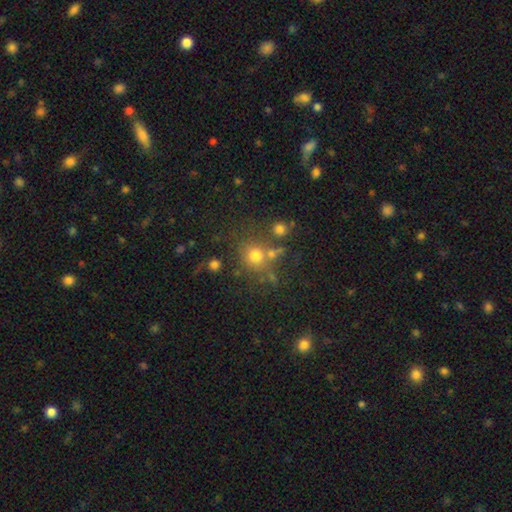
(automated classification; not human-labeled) This is likely a smooth galaxy (71%). How rounded: clearly round (85%). Merging: likely none (65%).